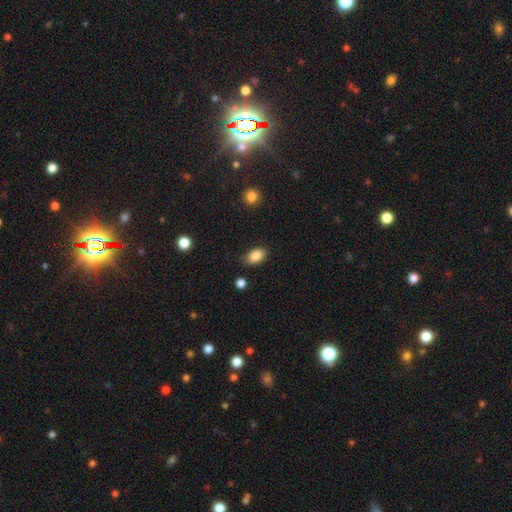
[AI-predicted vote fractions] This appears to be a smooth galaxy with no disk features (86%) that is in between round and cigar-shaped (89%). Merging: none (83%).